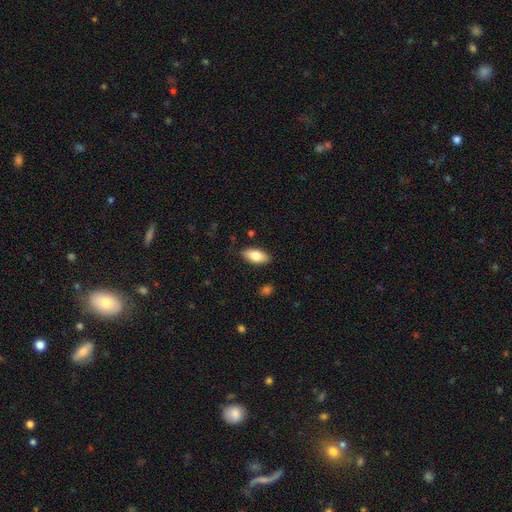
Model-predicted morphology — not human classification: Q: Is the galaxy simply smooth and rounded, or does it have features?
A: smooth — 80%.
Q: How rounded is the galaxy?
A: in between — 89%.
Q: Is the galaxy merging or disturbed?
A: none — 85%.